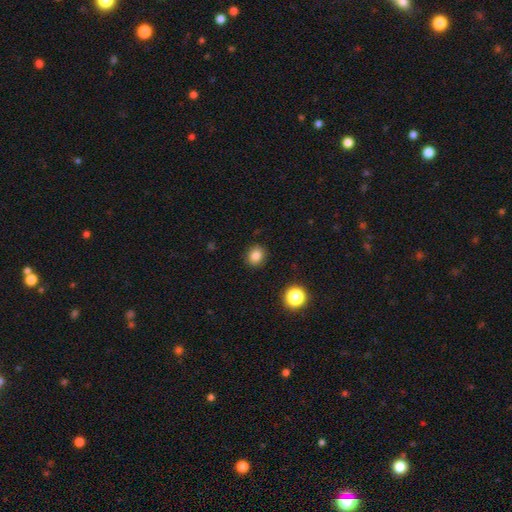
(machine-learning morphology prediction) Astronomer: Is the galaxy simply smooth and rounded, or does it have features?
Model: smooth — 83%.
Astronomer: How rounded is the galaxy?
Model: round — 72%.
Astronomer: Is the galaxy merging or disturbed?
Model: none — 90%.